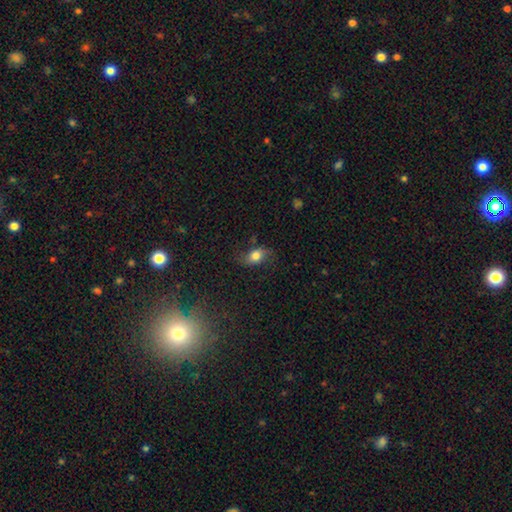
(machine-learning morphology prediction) The model was most divided on "smooth or featured": smooth: 67%, featured or disk: 23%, star or artifact: 10%. More confident: how rounded — in between (78%); merging — none (66%).